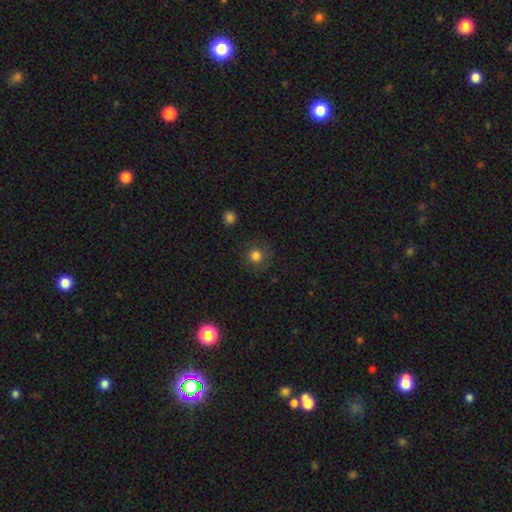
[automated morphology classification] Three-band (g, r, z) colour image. It shows a smooth galaxy with no disk features (80%) that is round (92%). Merging: none (84%).